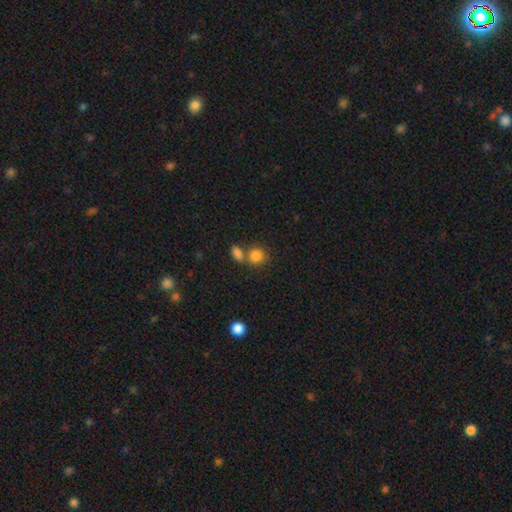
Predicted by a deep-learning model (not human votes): smooth_or_featured: smooth (p=0.84) [alt: star or artifact p=0.10]
how_rounded: round (p=0.76) [alt: in between p=0.23]
merging: none (p=0.48) [alt: merger p=0.38]